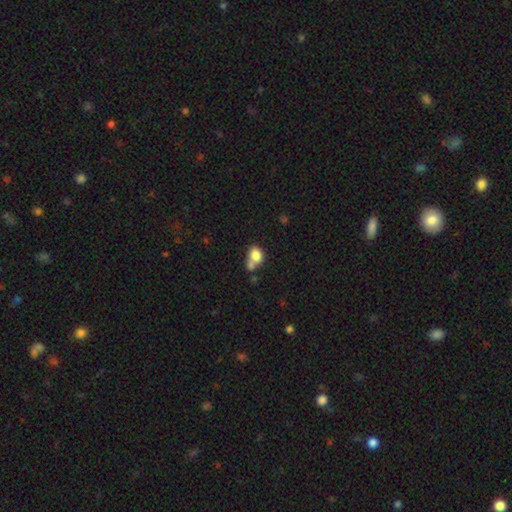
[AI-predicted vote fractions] A smooth galaxy with no disk features (78%) that is in between round and cigar-shaped (59%).

Vote fractions:
- Smooth or featured? smooth: 78% / featured or disk: 12% / star or artifact: 9%
- How rounded? in between: 59% / round: 40% / cigar-shaped: 1%
- Merging? merger: 48% / none: 32% / minor disturbance: 13% / major disturbance: 7%